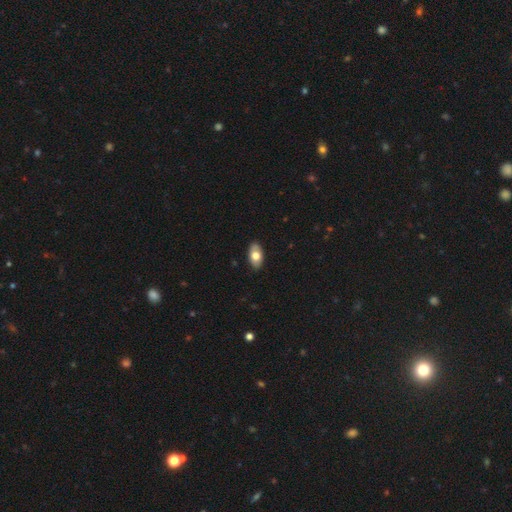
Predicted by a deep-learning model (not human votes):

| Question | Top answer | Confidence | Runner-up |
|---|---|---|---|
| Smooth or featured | smooth | 71% | featured or disk (23%) |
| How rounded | in between | 93% | round (4%) |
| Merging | none | 87% | minor disturbance (10%) |